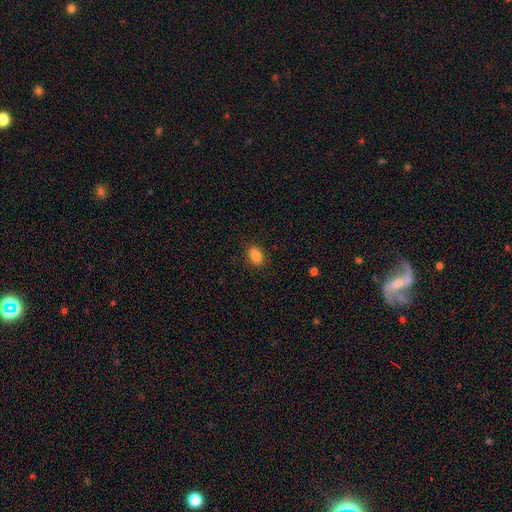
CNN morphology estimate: type=smooth (86%); roundness=in between (79%); merging=none (87%).